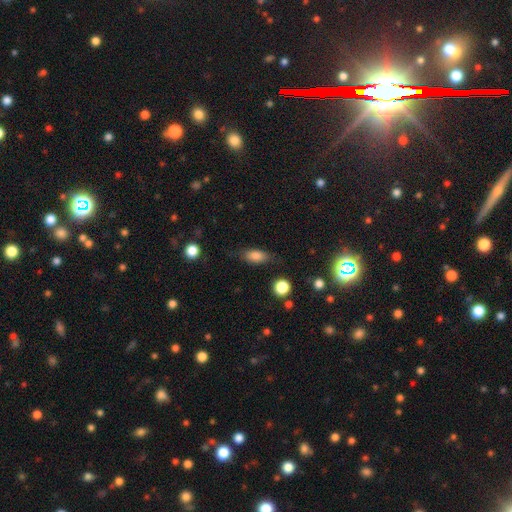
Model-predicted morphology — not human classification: The model was most divided on "merging": none: 76%, minor disturbance: 17%, major disturbance: 5%, merger: 2%. More confident: smooth or featured — smooth (81%); how rounded — in between (80%).